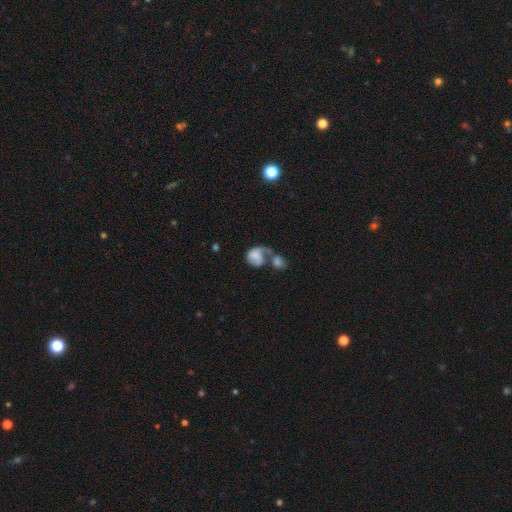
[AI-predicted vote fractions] smooth_or_featured: smooth (p=0.52) [alt: featured or disk p=0.40]
how_rounded: in between (p=0.51) [alt: round p=0.48]
merging: merger (p=0.55) [alt: major disturbance p=0.21]